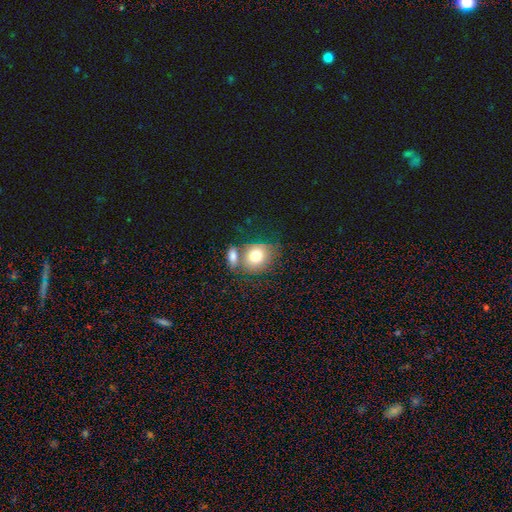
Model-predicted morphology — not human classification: Smooth or featured?
  - smooth: 74% *
  - featured or disk: 17%
  - star or artifact: 9%
How rounded?
  - round: 64% *
  - in between: 34%
  - cigar-shaped: 1%
Merging?
  - none: 47% *
  - merger: 33%
  - minor disturbance: 13%
  - major disturbance: 6%